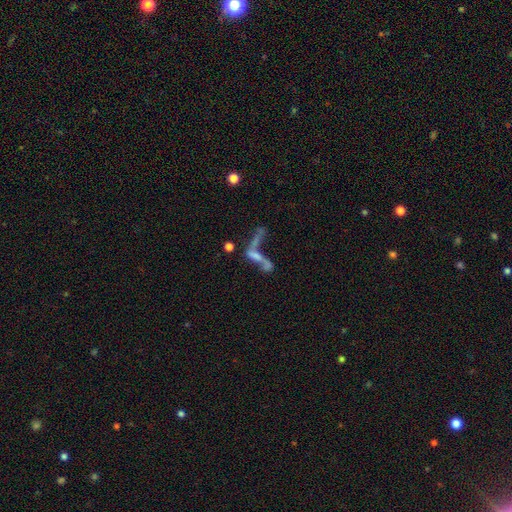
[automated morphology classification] This appears to be a featured or disk galaxy (48%). Merging: merger (49%).